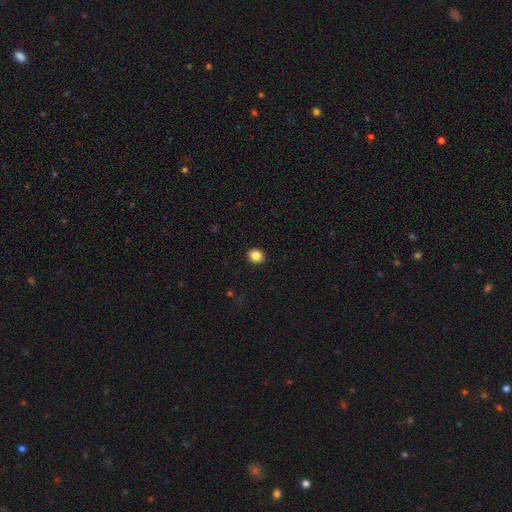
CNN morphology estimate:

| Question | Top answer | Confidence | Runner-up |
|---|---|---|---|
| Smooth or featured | smooth | 85% | star or artifact (10%) |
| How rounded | round | 81% | in between (18%) |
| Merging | none | 92% | minor disturbance (5%) |